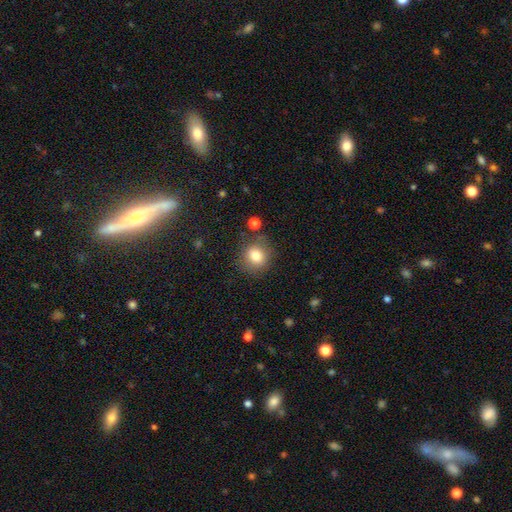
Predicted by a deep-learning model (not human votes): A smooth galaxy with no disk features (80%) that is round (81%). Merging: none (81%).